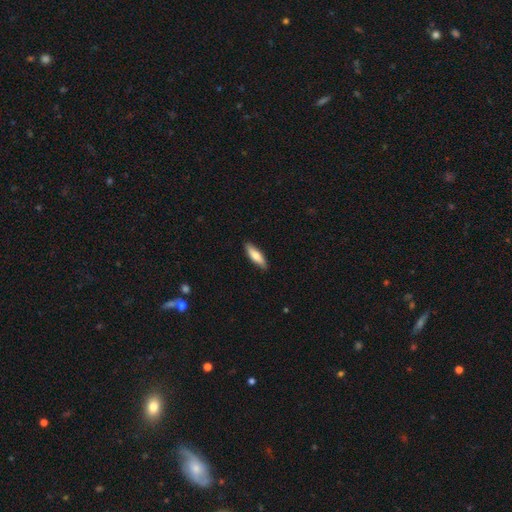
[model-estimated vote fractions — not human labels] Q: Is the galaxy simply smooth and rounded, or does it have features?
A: smooth — 75%.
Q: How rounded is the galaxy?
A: cigar-shaped — 55%.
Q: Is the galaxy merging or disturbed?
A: none — 88%.